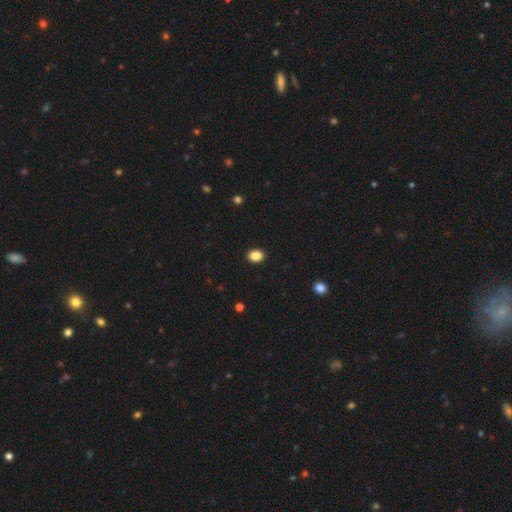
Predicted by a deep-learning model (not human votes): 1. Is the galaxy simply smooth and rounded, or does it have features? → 87% smooth, 10% star or artifact, 4% featured or disk.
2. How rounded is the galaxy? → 57% in between, 42% round, 1% cigar-shaped.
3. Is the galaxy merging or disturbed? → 91% none, 6% minor disturbance, 2% major disturbance, 1% merger.